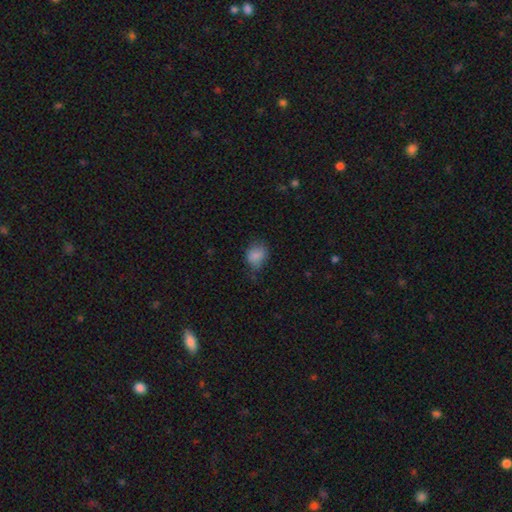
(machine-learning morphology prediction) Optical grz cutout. It shows a smooth galaxy with no disk features (82%) that is in between round and cigar-shaped (51%). Merging: none (58%).